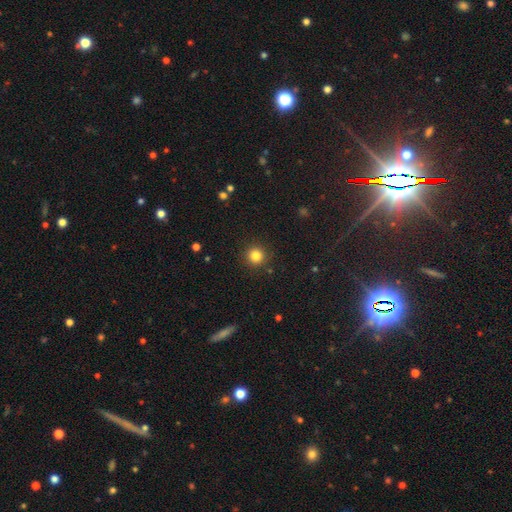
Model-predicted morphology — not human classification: Q: Smooth or featured?
A: smooth (83%); runner-up: star or artifact (12%)
Q: How rounded?
A: round (94%); runner-up: in between (5%)
Q: Merging?
A: none (91%); runner-up: minor disturbance (6%)